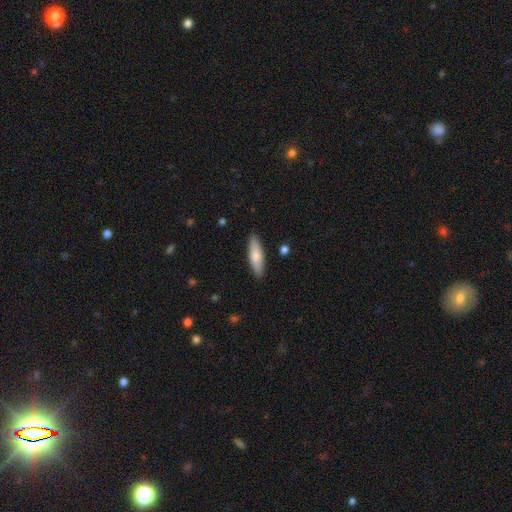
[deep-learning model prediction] Smooth or featured? Predicted: smooth (p=0.77). How rounded? Predicted: cigar-shaped (p=0.54). Merging? Predicted: none (p=0.89).